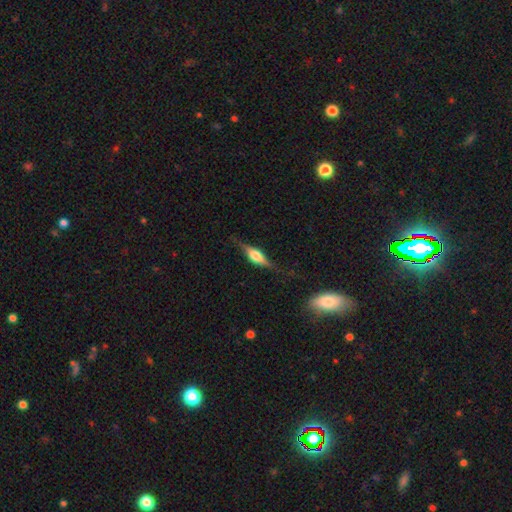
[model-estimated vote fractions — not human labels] Smooth or featured? featured or disk (68%)
Edge-on disk? yes (93%)
Edge-on bulge? rounded (85%)
Merging? none (72%)